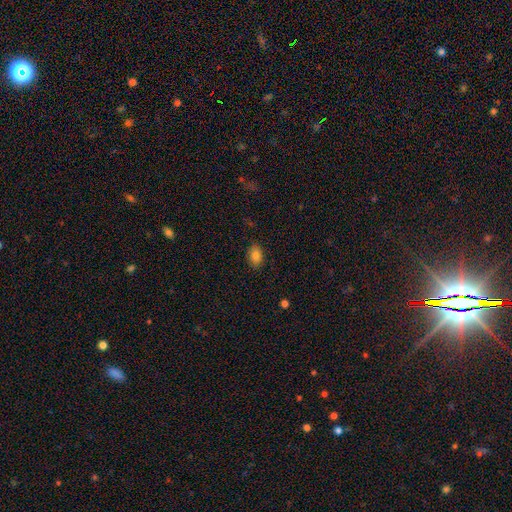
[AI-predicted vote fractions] smooth-or-featured: smooth: 81% | star or artifact: 10% | featured or disk: 9%
  how-rounded: in between: 78% | round: 21% | cigar-shaped: 1%
  merging: none: 86% | minor disturbance: 11% | major disturbance: 2% | merger: 1%